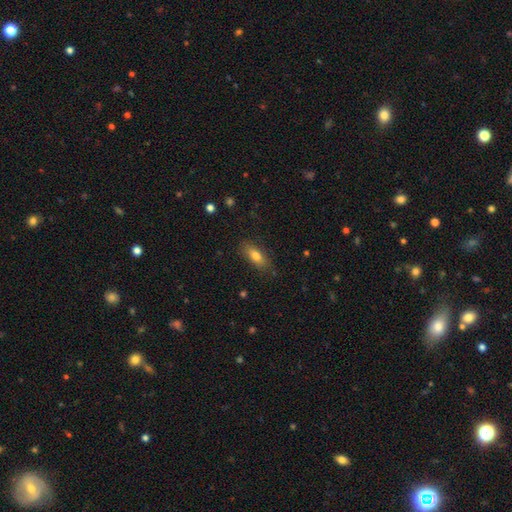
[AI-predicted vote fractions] Smooth or featured?
  - smooth: 77% *
  - featured or disk: 15%
  - star or artifact: 8%
How rounded?
  - in between: 75% *
  - cigar-shaped: 21%
  - round: 4%
Merging?
  - none: 82% *
  - minor disturbance: 13%
  - major disturbance: 3%
  - merger: 1%